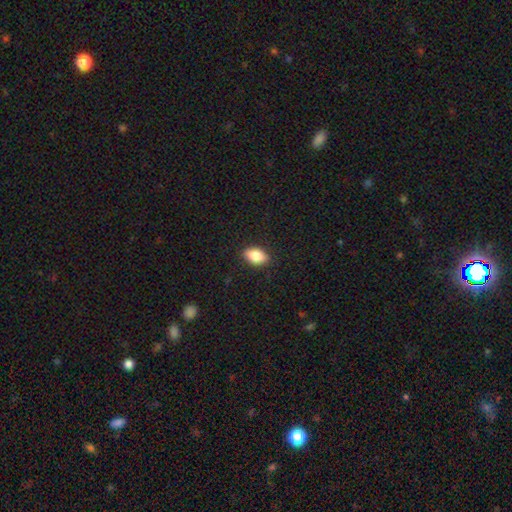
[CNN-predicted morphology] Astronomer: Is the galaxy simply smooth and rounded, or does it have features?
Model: smooth — 84%.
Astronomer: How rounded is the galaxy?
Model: in between — 88%.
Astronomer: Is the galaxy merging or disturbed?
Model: none — 88%.